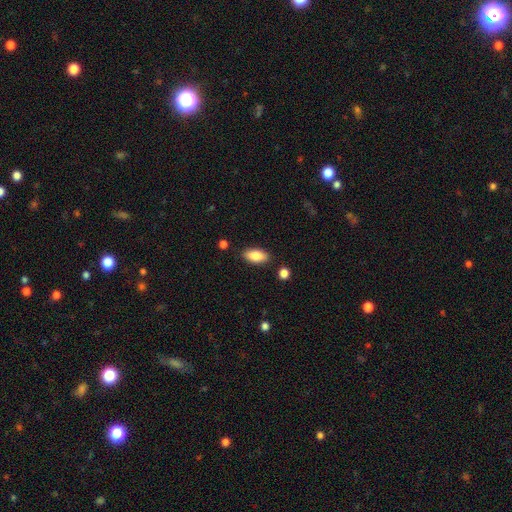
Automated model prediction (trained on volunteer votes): A smooth galaxy with no disk features (85%) that is in between round and cigar-shaped (89%).

Vote fractions:
- Smooth or featured? smooth: 85% / featured or disk: 8% / star or artifact: 7%
- How rounded? in between: 89% / cigar-shaped: 8% / round: 3%
- Merging? none: 86% / minor disturbance: 9% / merger: 2% / major disturbance: 2%